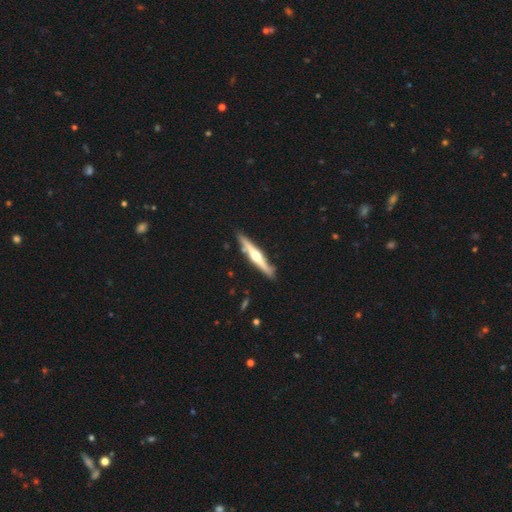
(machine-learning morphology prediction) smooth_or_featured: featured or disk (p=0.68) [alt: smooth p=0.28]
disk_edge_on: yes (p=0.96) [alt: no p=0.04]
edge_on_bulge: rounded (p=0.88) [alt: none p=0.06]
merging: none (p=0.85) [alt: minor disturbance p=0.11]